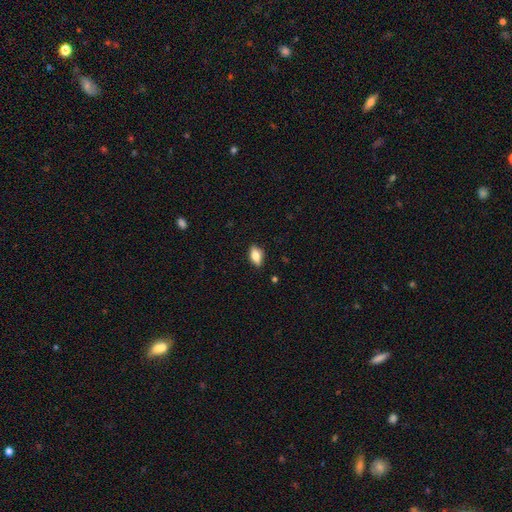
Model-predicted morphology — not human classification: A smooth galaxy with no disk features (71%) that is in between round and cigar-shaped (84%).

Vote fractions:
- Smooth or featured? smooth: 71% / featured or disk: 21% / star or artifact: 8%
- How rounded? in between: 84% / cigar-shaped: 9% / round: 6%
- Merging? none: 85% / minor disturbance: 12% / major disturbance: 2% / merger: 1%